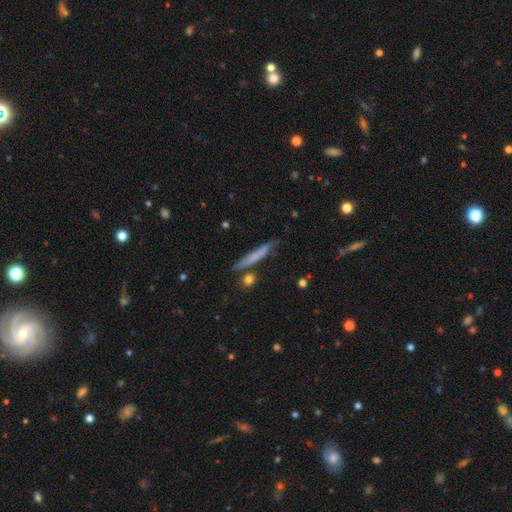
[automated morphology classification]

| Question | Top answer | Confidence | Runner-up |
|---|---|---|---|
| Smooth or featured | smooth | 59% | featured or disk (34%) |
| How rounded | cigar-shaped | 94% | in between (4%) |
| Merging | none | 73% | minor disturbance (18%) |